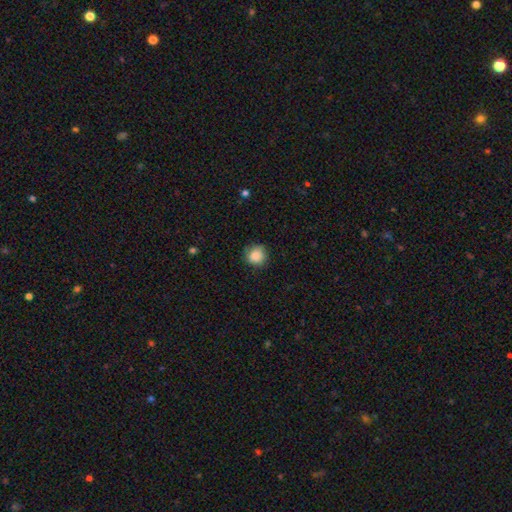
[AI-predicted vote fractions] This appears to be a smooth galaxy with no disk features (87%) that is round (89%). Merging: none (81%).